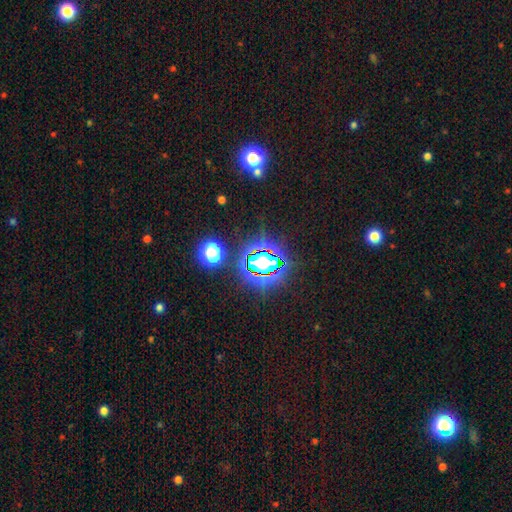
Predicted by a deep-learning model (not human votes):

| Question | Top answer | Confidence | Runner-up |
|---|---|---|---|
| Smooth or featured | star or artifact | 79% | smooth (13%) |